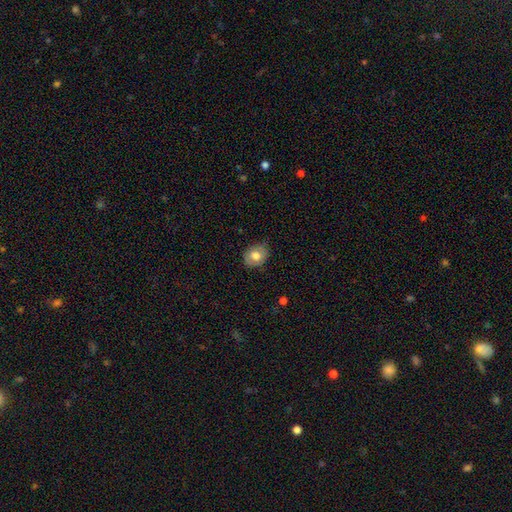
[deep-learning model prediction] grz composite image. It shows a smooth galaxy with no disk features (75%) that is in between round and cigar-shaped (54%). Merging: none (81%).